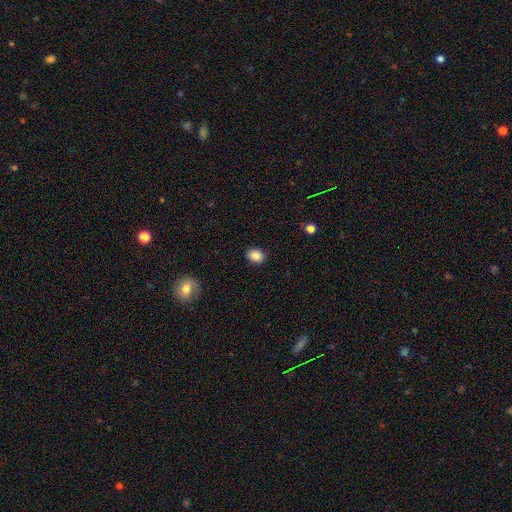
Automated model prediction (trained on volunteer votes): The model was most divided on "how rounded": in between: 61%, round: 38%, cigar-shaped: 1%. More confident: merging — none (89%); smooth or featured — smooth (87%).